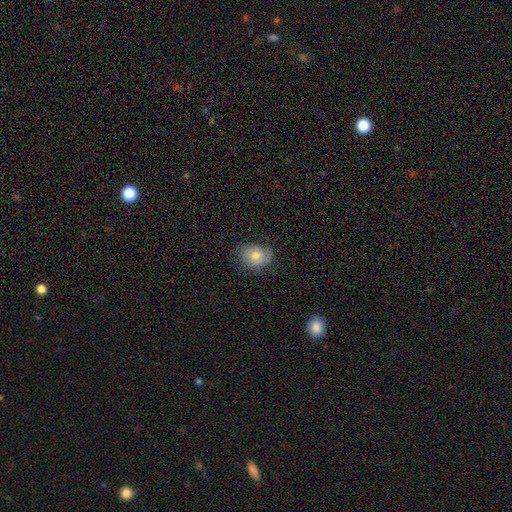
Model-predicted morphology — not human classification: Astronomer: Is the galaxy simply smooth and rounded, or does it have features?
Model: smooth — 61%.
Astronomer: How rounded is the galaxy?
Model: round — 57% (runner-up: in between, 42%).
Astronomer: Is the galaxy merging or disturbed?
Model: none — 63%.